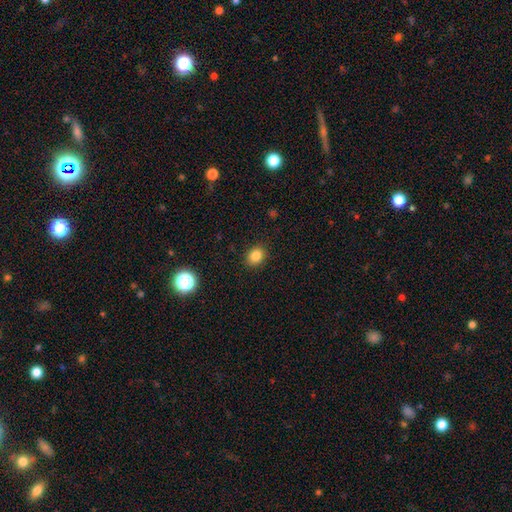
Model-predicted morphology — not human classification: Q: Smooth or featured?
A: smooth (84%); runner-up: star or artifact (11%)
Q: How rounded?
A: round (57%); runner-up: in between (42%)
Q: Merging?
A: none (89%); runner-up: minor disturbance (8%)